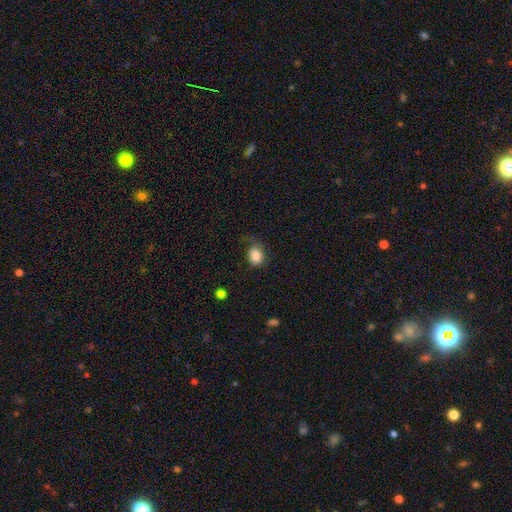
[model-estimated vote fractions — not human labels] Smooth or featured: smooth — 84% (star or artifact — 10%)
How rounded: round — 64% (in between — 35%)
Merging: none — 67% (minor disturbance — 24%)